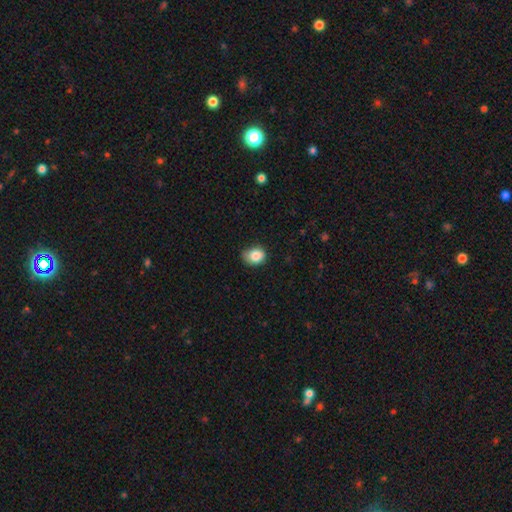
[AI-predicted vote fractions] smooth-or-featured: smooth: 84% | star or artifact: 9% | featured or disk: 7%
  how-rounded: round: 55% | in between: 44% | cigar-shaped: 1%
  merging: none: 61% | minor disturbance: 32% | major disturbance: 6% | merger: 2%